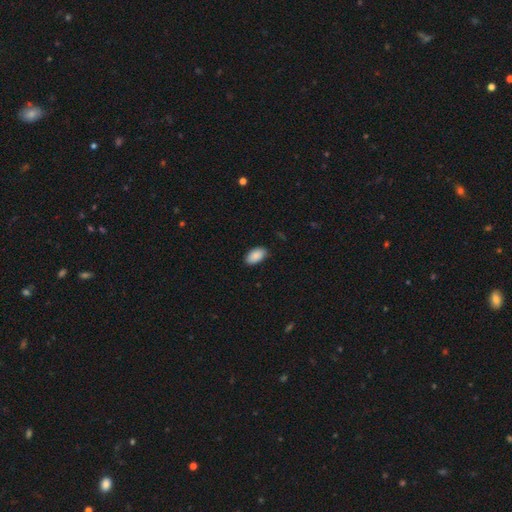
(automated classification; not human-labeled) Smooth or featured? smooth (89%)
How rounded? in between (95%)
Merging? none (84%)